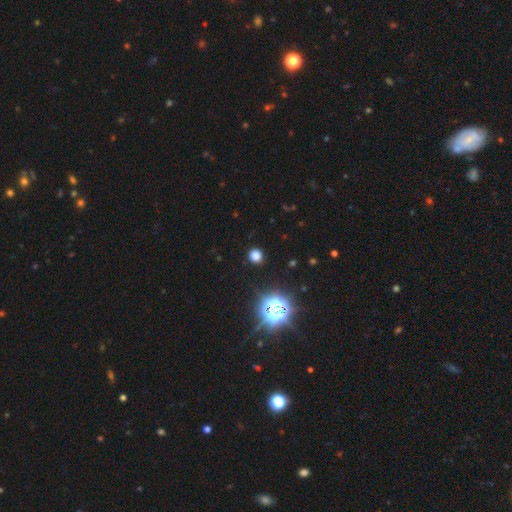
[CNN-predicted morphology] smooth-or-featured: smooth: 70% | star or artifact: 25% | featured or disk: 5%
  how-rounded: round: 87% | in between: 11% | cigar-shaped: 1%
  merging: none: 89% | minor disturbance: 7% | major disturbance: 3% | merger: 1%